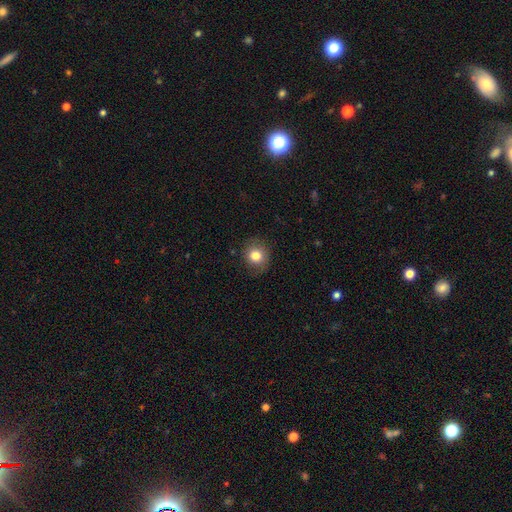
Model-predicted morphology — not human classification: Overall: smooth (81%). How rounded: round (84%). Merging: none (82%).